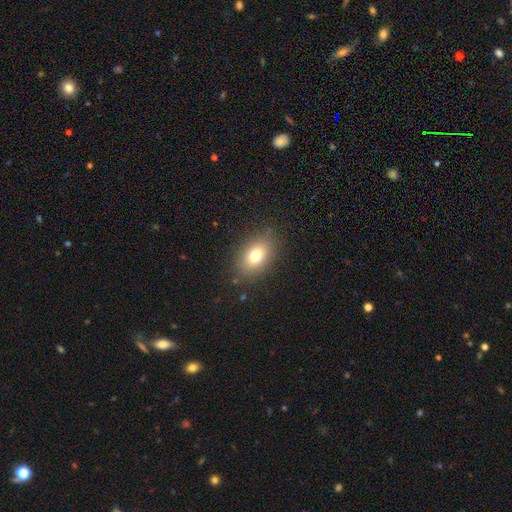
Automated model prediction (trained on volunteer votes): A smooth galaxy with no disk features (76%) that is in between round and cigar-shaped (82%).

Vote fractions:
- Smooth or featured? smooth: 76% / featured or disk: 13% / star or artifact: 11%
- How rounded? in between: 82% / round: 16% / cigar-shaped: 2%
- Merging? none: 85% / minor disturbance: 10% / major disturbance: 4% / merger: 1%